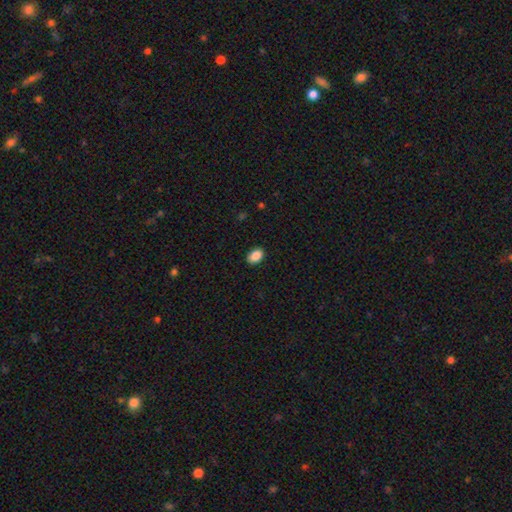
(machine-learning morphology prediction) smooth-or-featured: smooth: 89% | star or artifact: 8% | featured or disk: 3%
  how-rounded: in between: 87% | round: 12% | cigar-shaped: 1%
  merging: none: 89% | minor disturbance: 8% | major disturbance: 2% | merger: 1%